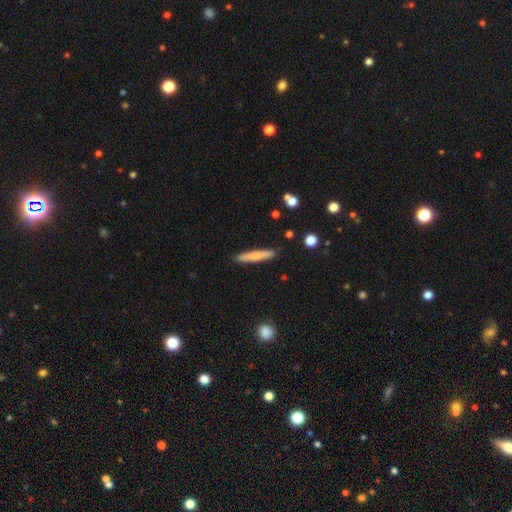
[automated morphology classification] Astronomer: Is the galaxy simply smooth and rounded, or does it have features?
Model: smooth — 70%.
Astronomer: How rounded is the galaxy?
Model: cigar-shaped — 92%.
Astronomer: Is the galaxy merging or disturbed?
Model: none — 88%.